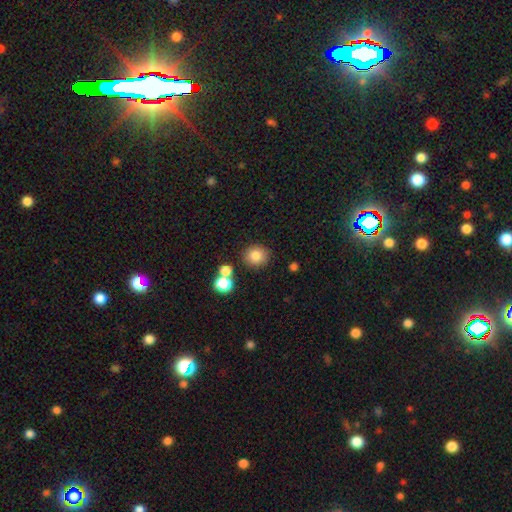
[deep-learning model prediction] The model was most divided on "smooth or featured": smooth: 81%, star or artifact: 12%, featured or disk: 7%. More confident: how rounded — round (85%); merging — none (81%).